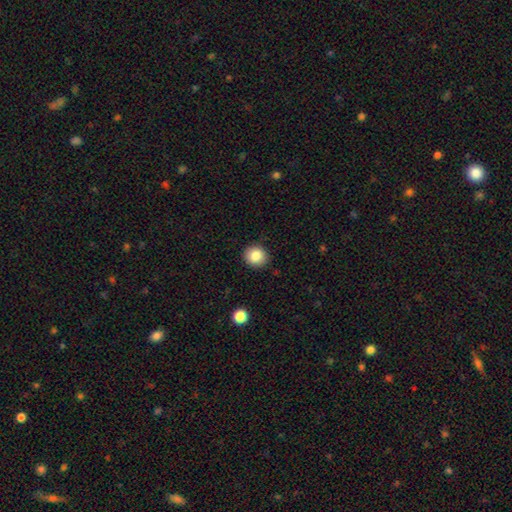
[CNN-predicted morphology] Overall: smooth (84%). How rounded: round (86%). Merging: none (90%).